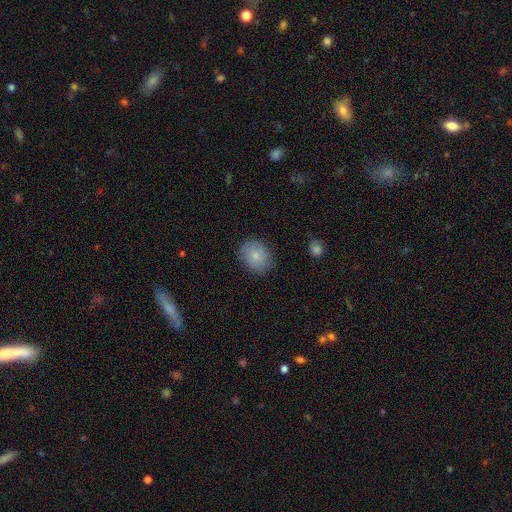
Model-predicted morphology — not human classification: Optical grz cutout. It shows a smooth galaxy with no disk features (82%) that is round (56%). Merging: none (80%).